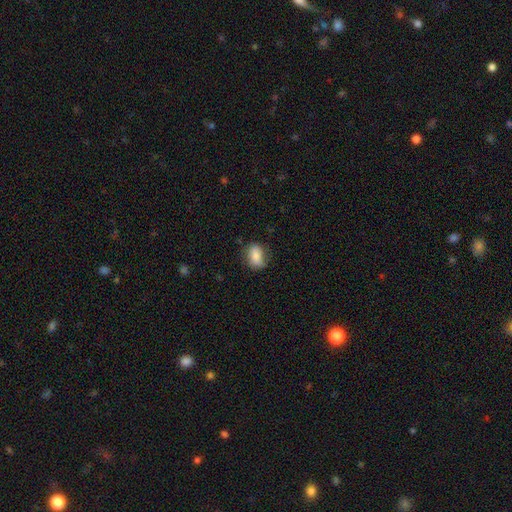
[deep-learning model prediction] Q: Smooth or featured?
A: smooth (81%); runner-up: featured or disk (12%)
Q: How rounded?
A: in between (82%); runner-up: round (16%)
Q: Merging?
A: none (68%); runner-up: minor disturbance (23%)